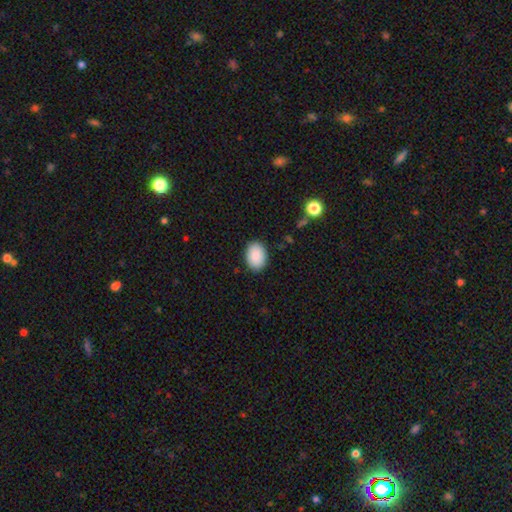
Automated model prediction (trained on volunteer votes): smooth-or-featured: smooth: 90% | star or artifact: 7% | featured or disk: 3%
  how-rounded: in between: 81% | round: 18% | cigar-shaped: 1%
  merging: none: 88% | minor disturbance: 8% | major disturbance: 2% | merger: 1%